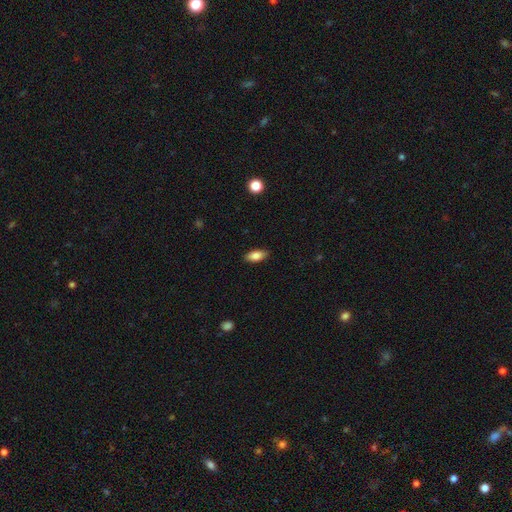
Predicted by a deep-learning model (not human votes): This appears to be a smooth galaxy with no disk features (83%) that is in between round and cigar-shaped (87%). Merging: none (88%).